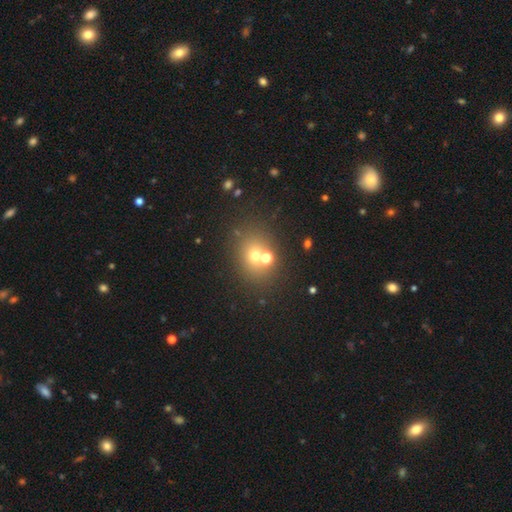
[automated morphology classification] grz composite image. It shows a smooth galaxy with no disk features (60%) that is round (64%). Merging: none (61%).